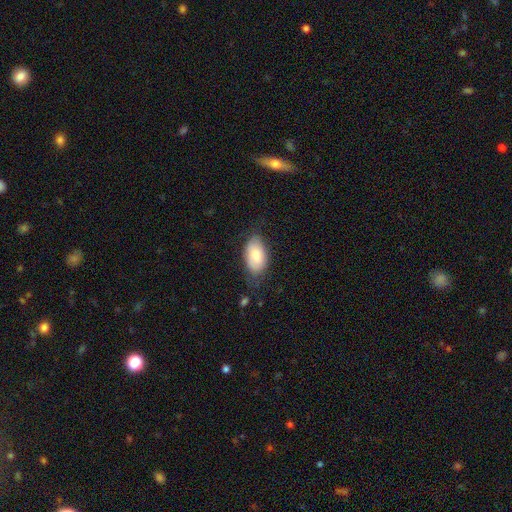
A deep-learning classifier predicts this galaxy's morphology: A smooth galaxy with no disk features (80%) that is in between round and cigar-shaped (94%). Merging: none (66%).